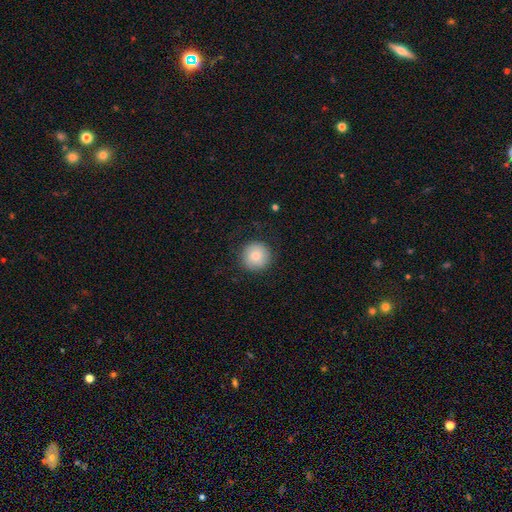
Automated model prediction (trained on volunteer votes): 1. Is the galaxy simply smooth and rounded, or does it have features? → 79% smooth, 13% featured or disk, 7% star or artifact.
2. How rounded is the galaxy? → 95% round, 4% in between, 1% cigar-shaped.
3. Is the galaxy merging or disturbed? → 85% none, 10% minor disturbance, 3% major disturbance, 1% merger.